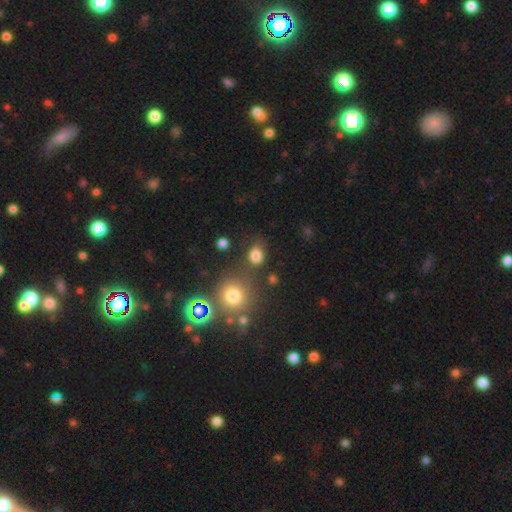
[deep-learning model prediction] Morphology: type=smooth (78%); roundness=in between (54%); merging=none (70%).